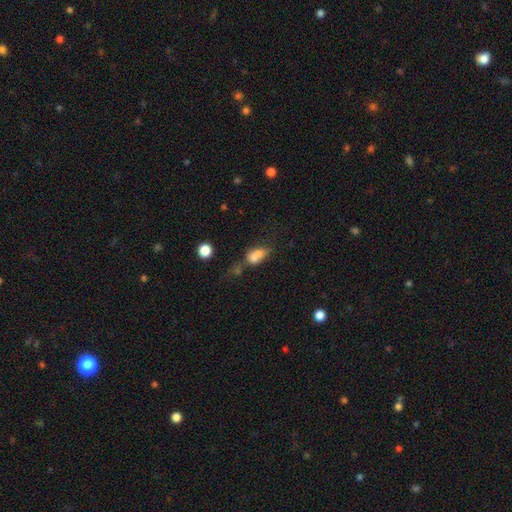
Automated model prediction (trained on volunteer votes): Smooth or featured? smooth (65%)
How rounded? in between (70%)
Merging? merger (41%)